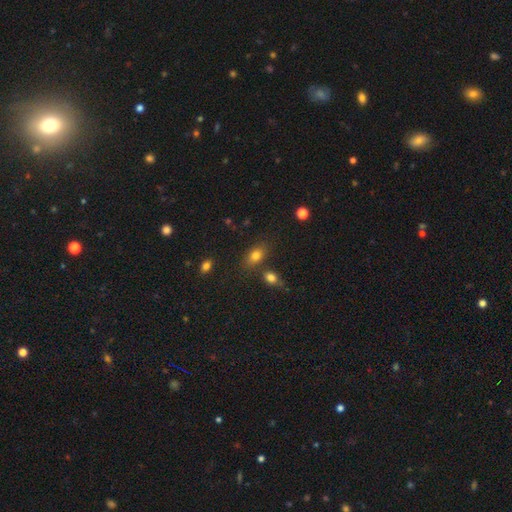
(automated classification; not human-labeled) A smooth galaxy with no disk features (79%) that is in between round and cigar-shaped (80%). Merging: none (68%).